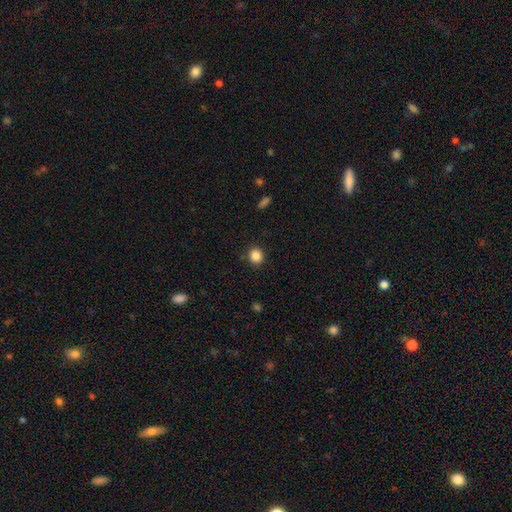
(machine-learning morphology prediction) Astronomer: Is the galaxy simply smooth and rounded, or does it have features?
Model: smooth — 87%.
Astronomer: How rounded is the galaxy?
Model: round — 82%.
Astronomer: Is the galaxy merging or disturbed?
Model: none — 89%.